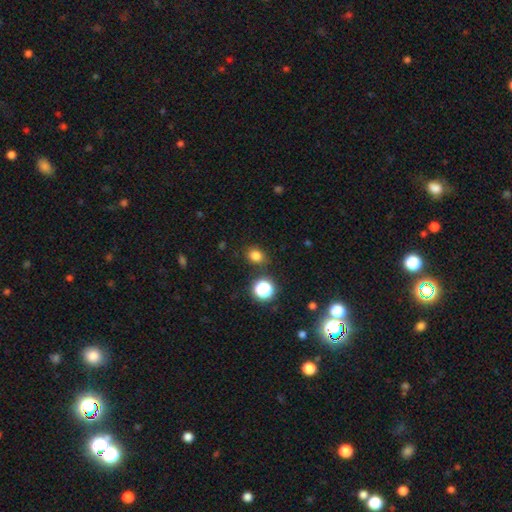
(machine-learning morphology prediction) Smooth or featured: smooth — 79% (star or artifact — 17%)
How rounded: round — 62% (in between — 37%)
Merging: none — 83% (minor disturbance — 11%)